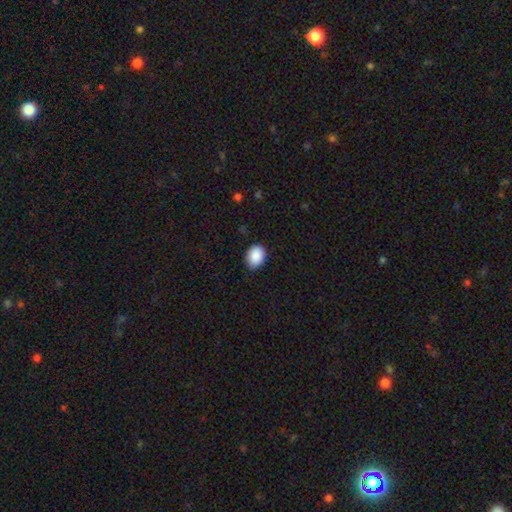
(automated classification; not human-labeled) Q: Smooth or featured?
A: smooth (90%); runner-up: star or artifact (7%)
Q: How rounded?
A: in between (69%); runner-up: round (30%)
Q: Merging?
A: none (84%); runner-up: minor disturbance (13%)